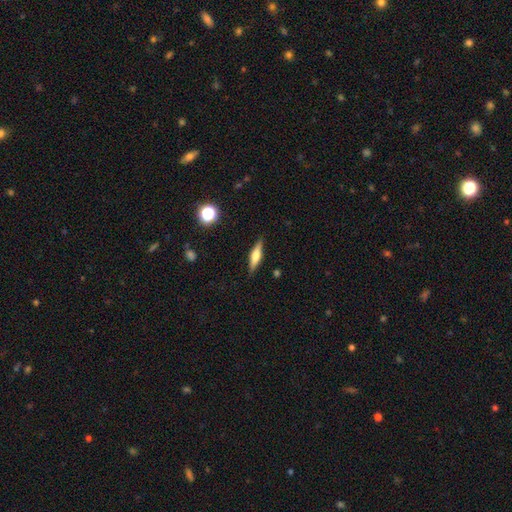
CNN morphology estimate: smooth_or_featured: featured or disk (p=0.50) [alt: smooth p=0.43]
merging: none (p=0.88) [alt: minor disturbance p=0.08]